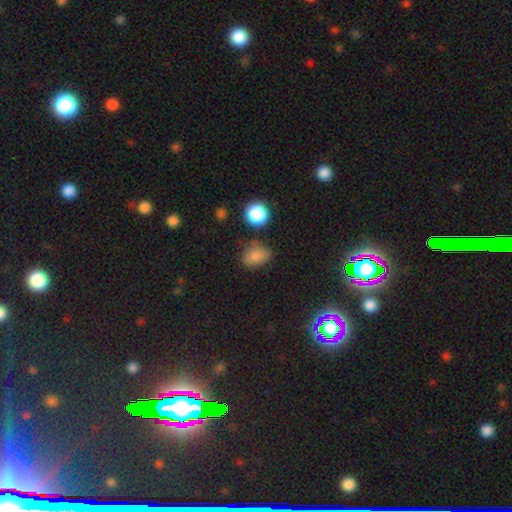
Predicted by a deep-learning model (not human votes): Morphology: type=smooth (81%); roundness=in between (63%); merging=none (66%).